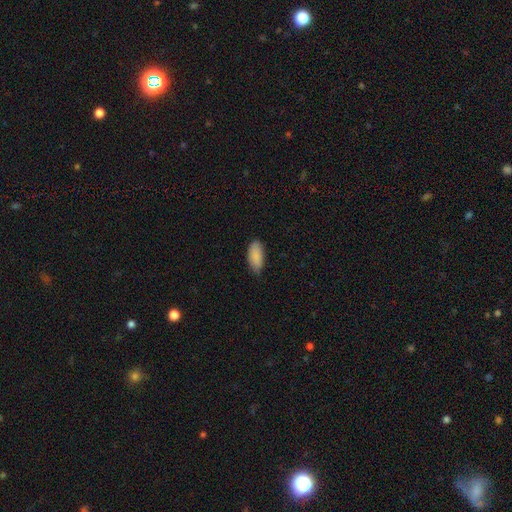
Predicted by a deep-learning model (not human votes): This is clearly a smooth galaxy (89%). How rounded: clearly in between (89%). Merging: likely none (77%).